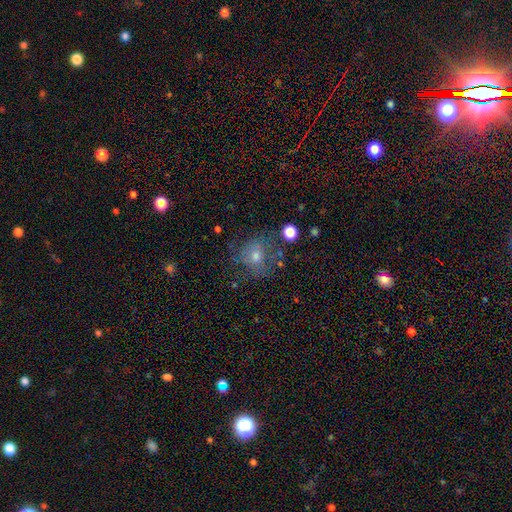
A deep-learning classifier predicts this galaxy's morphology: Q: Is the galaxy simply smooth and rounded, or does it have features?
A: smooth — 51%.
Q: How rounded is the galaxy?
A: round — 80%.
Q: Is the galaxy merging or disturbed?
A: none — 64%.